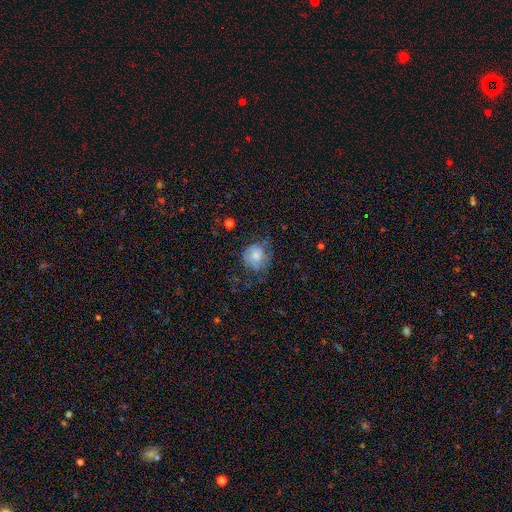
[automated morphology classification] This appears to be a smooth galaxy with no disk features (65%) that is round (77%). Merging: none (45%).